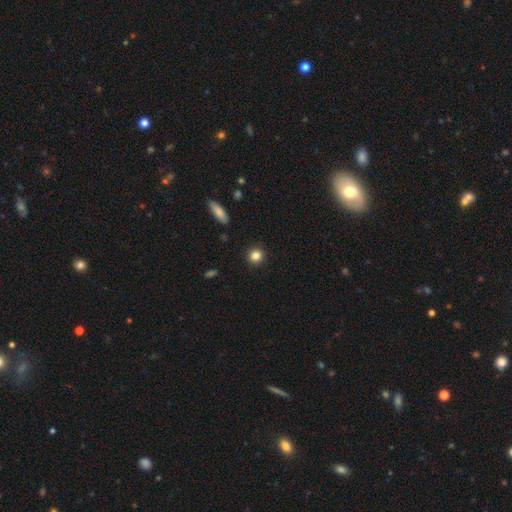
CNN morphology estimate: smooth-or-featured: smooth: 84% | star or artifact: 11% | featured or disk: 6%
  how-rounded: round: 90% | in between: 9% | cigar-shaped: 1%
  merging: none: 91% | minor disturbance: 6% | major disturbance: 2% | merger: 1%